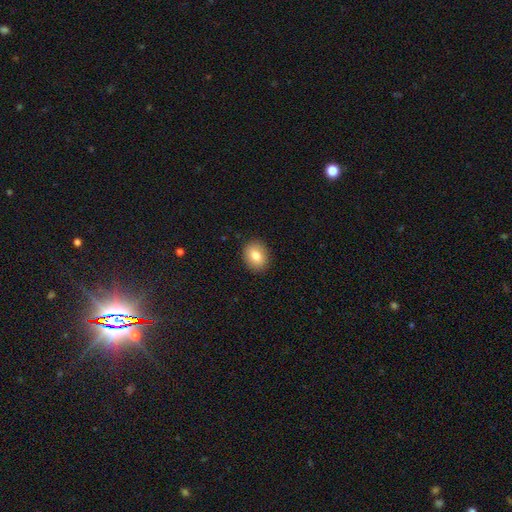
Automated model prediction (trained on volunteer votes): smooth 80%, featured or disk 11%, star or artifact 9%. Down the decision tree: how rounded — round (52%); merging — none (89%).